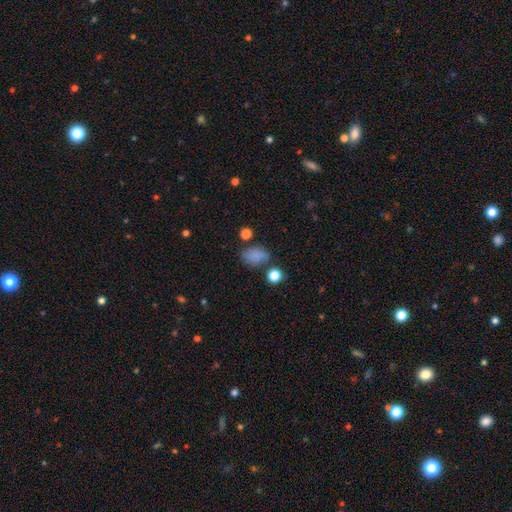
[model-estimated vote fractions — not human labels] Smooth or featured? smooth (79%)
How rounded? in between (80%)
Merging? none (62%)